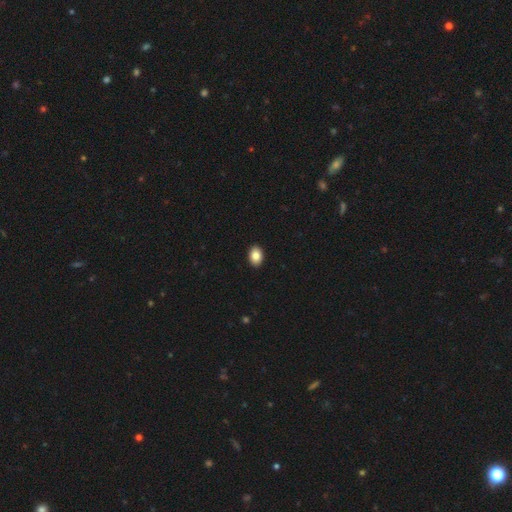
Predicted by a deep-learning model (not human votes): The model was most divided on "how rounded": in between: 81%, round: 18%, cigar-shaped: 1%. More confident: merging — none (92%); smooth or featured — smooth (85%).